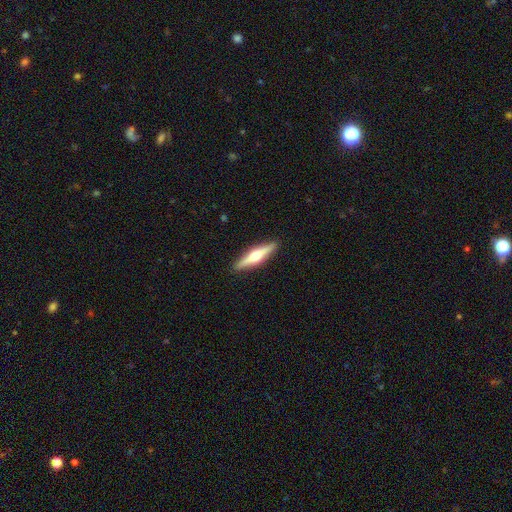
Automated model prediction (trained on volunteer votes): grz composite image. It shows a featured or disk galaxy (64%) viewed edge-on (97%) with a rounded central bulge (92%). Merging: none (91%).